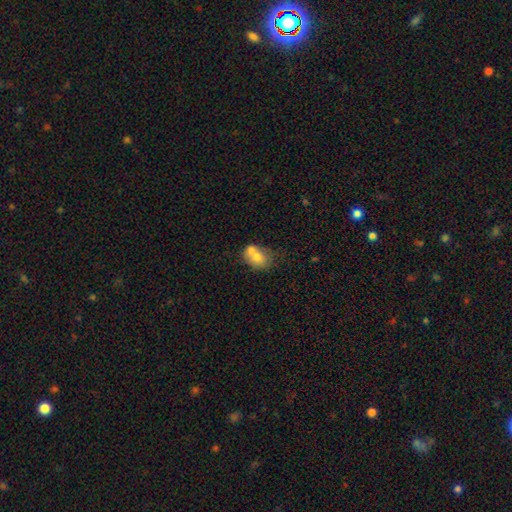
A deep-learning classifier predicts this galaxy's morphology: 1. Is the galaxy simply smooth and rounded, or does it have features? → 67% smooth, 24% featured or disk, 9% star or artifact.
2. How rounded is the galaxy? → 52% in between, 47% round, 1% cigar-shaped.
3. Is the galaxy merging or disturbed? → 59% merger, 25% none, 11% minor disturbance, 5% major disturbance.